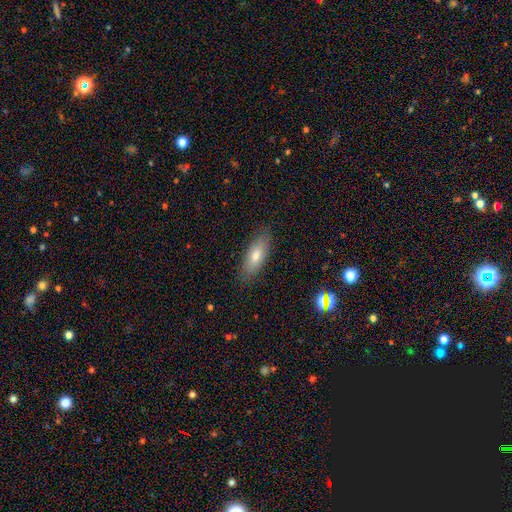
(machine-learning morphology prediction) This appears to be a smooth galaxy with no disk features (70%) that is in between round and cigar-shaped (69%). Merging: none (86%).